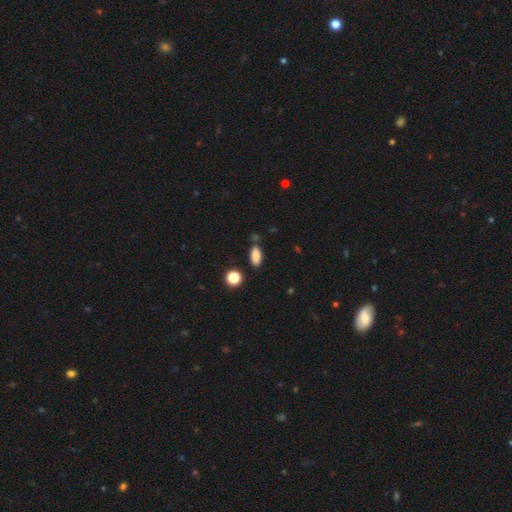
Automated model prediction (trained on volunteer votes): smooth_or_featured: smooth (p=0.85) [alt: star or artifact p=0.10]
how_rounded: in between (p=0.79) [alt: cigar-shaped p=0.16]
merging: none (p=0.75) [alt: minor disturbance p=0.15]